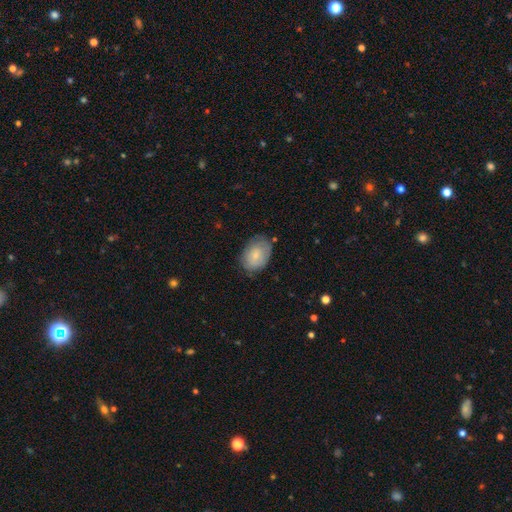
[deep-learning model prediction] This is likely a smooth galaxy (74%). How rounded: likely in between (79%). Merging: likely none (67%).